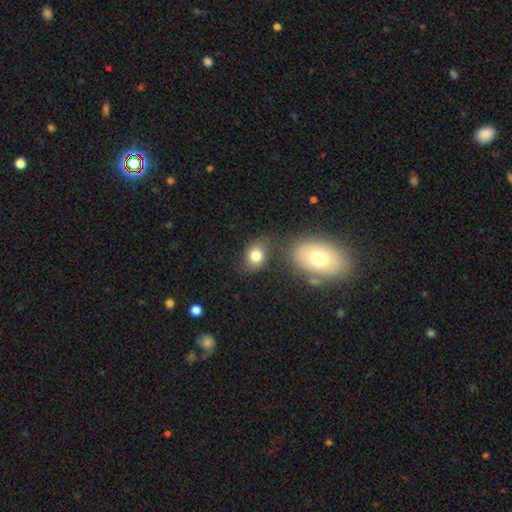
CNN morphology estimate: smooth_or_featured: smooth (p=0.77) [alt: featured or disk p=0.13]
how_rounded: in between (p=0.59) [alt: round p=0.39]
merging: none (p=0.61) [alt: minor disturbance p=0.17]